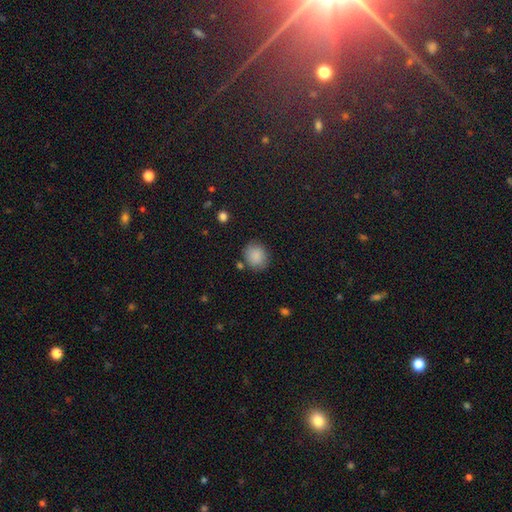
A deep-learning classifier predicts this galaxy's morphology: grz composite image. It shows a smooth galaxy with no disk features (87%) that is round (67%). Merging: none (79%).